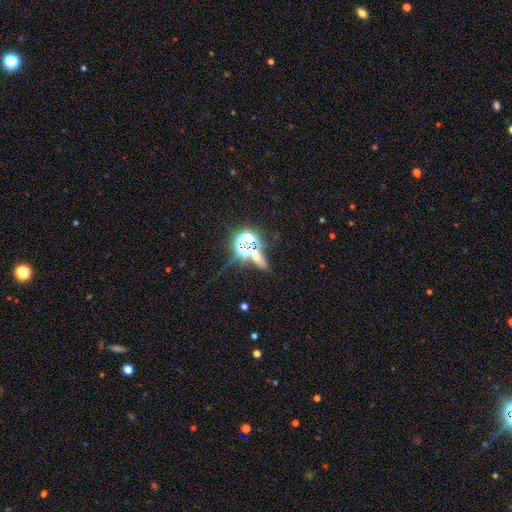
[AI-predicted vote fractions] star or artifact 59%, smooth 27%, featured or disk 14%.